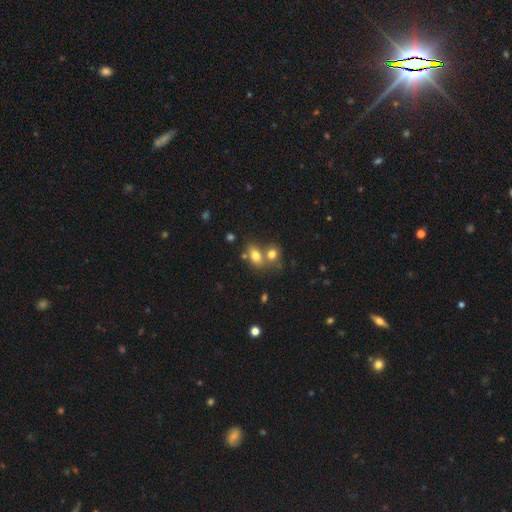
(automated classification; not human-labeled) Overall: smooth (77%). How rounded: in between (73%). Merging: merger (50%; none 36%).